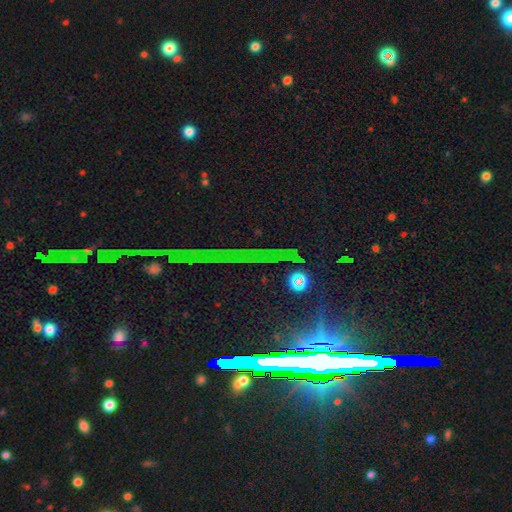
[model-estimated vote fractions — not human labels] This is likely a star or artifact rather than a galaxy (60%).